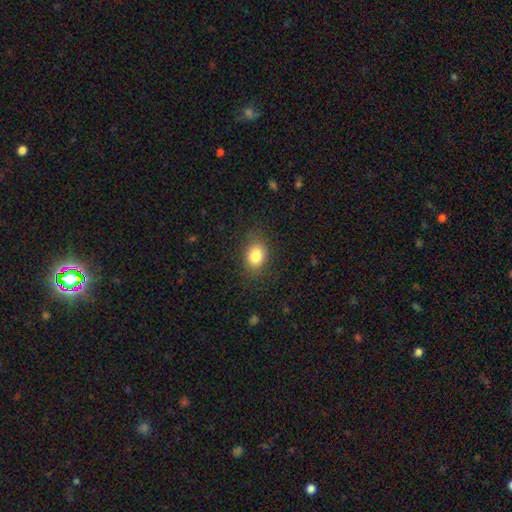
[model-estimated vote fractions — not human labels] Q: Smooth or featured?
A: smooth (83%); runner-up: star or artifact (10%)
Q: How rounded?
A: in between (60%); runner-up: round (39%)
Q: Merging?
A: none (82%); runner-up: minor disturbance (13%)